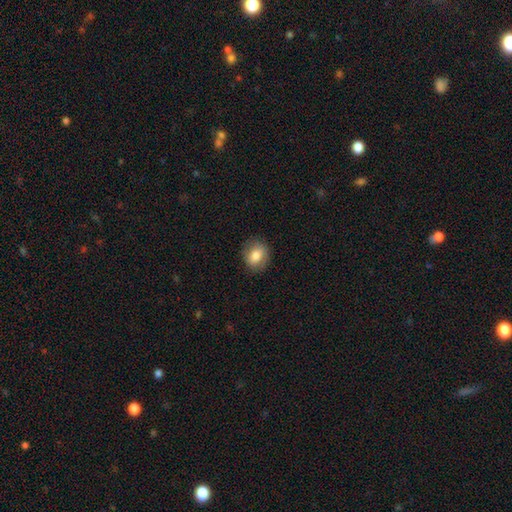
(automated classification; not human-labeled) This is likely a smooth galaxy (76%). How rounded: possibly round (53%). Merging: clearly none (83%).